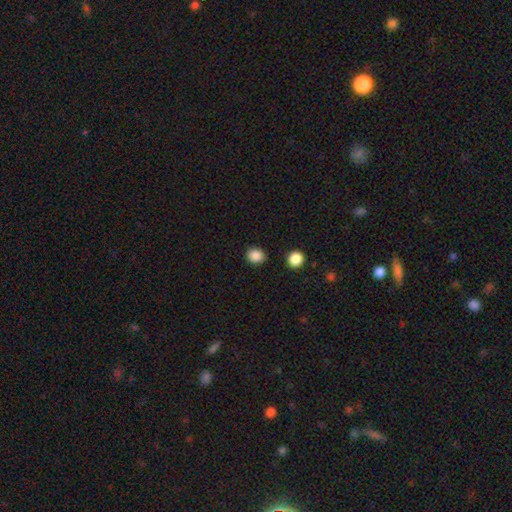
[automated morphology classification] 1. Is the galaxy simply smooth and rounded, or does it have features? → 87% smooth, 10% star or artifact, 3% featured or disk.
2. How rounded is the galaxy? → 68% round, 32% in between, 1% cigar-shaped.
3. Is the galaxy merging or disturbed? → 87% none, 8% minor disturbance, 2% merger, 2% major disturbance.